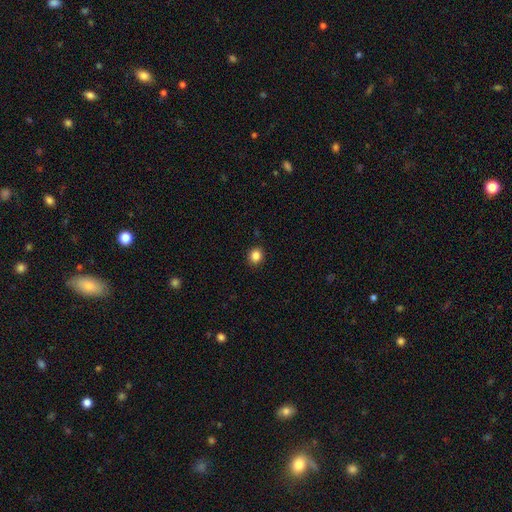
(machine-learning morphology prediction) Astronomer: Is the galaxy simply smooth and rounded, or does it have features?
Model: smooth — 85%.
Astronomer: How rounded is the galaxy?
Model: round — 79%.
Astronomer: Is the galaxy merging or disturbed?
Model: none — 91%.